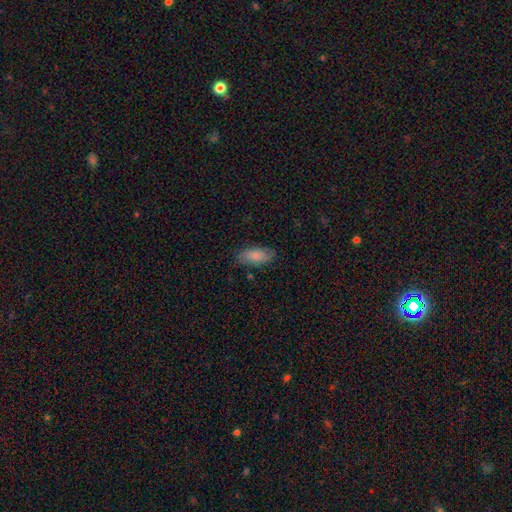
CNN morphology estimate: This is likely a smooth galaxy (77%). How rounded: clearly in between (86%). Merging: likely none (78%).